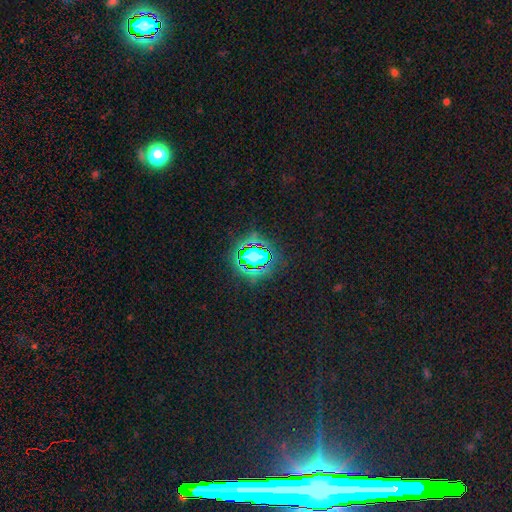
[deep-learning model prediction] smooth_or_featured: star or artifact (p=0.79) [alt: smooth p=0.14]